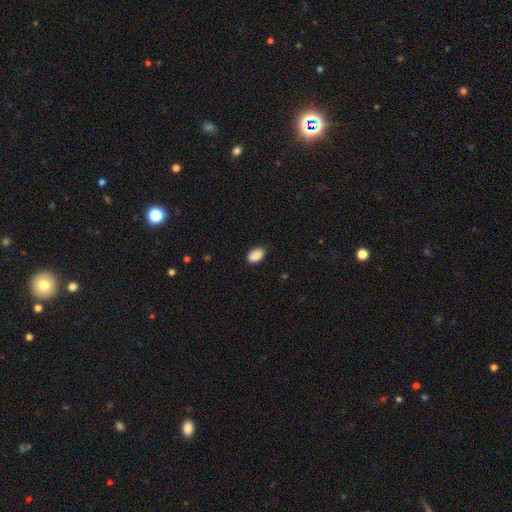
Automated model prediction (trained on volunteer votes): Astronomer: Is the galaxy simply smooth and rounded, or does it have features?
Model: smooth — 90%.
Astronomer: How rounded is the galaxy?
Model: in between — 93%.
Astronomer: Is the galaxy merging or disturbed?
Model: none — 83%.